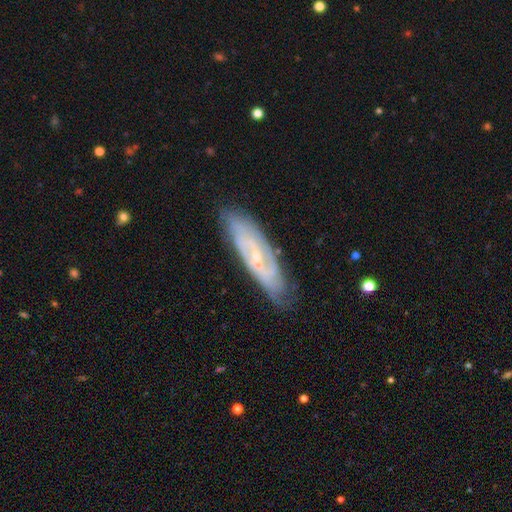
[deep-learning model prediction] The model was most divided on "spiral arm count": can't tell: 43%, 2: 38%, 3: 8%, 4: 4%, 1: 4%, more than 4: 3%. Remaining: spiral arms — yes (87%); merging — none (79%); bulge size — small (78%); edge-on disk — no (77%); smooth or featured — featured or disk (76%); spiral winding — tight (55%); bar — no (46%).